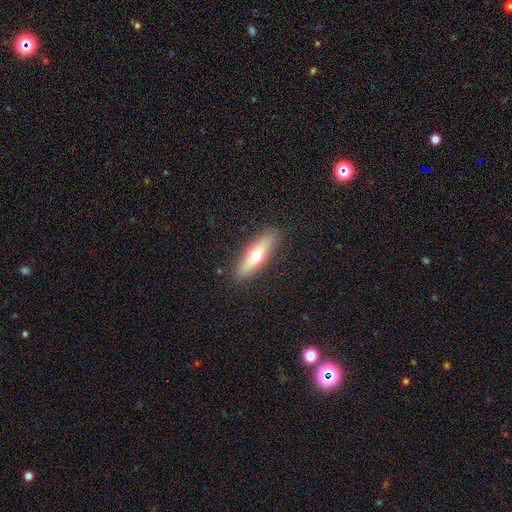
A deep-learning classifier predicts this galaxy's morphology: A smooth galaxy with no disk features (55%) that is cigar-shaped (68%). Merging: none (89%).